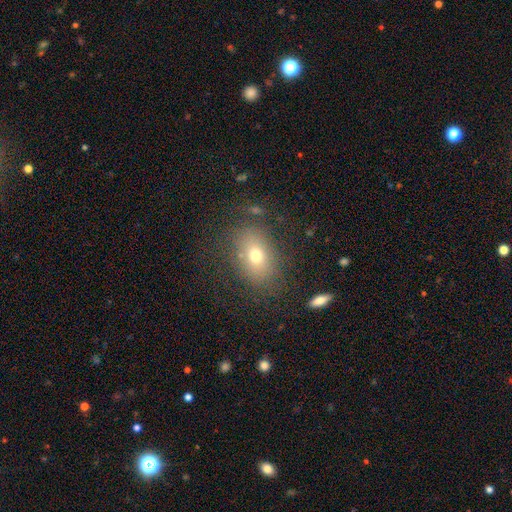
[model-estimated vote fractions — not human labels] The model was most divided on "smooth or featured": smooth: 70%, featured or disk: 17%, star or artifact: 13%. More confident: merging — none (77%); how rounded — in between (75%).